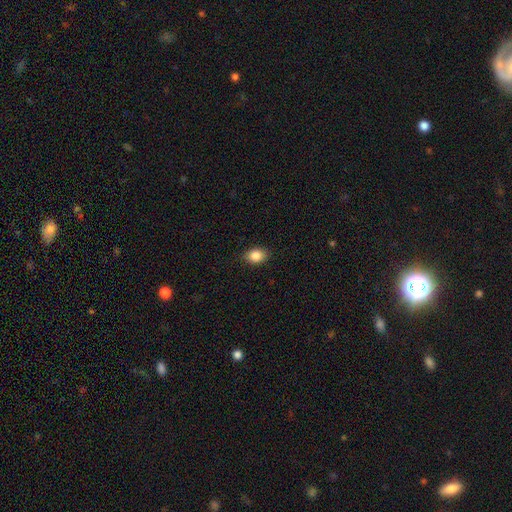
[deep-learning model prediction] smooth 86%, star or artifact 9%, featured or disk 5%. Down the decision tree: how rounded — in between (72%); merging — none (87%).